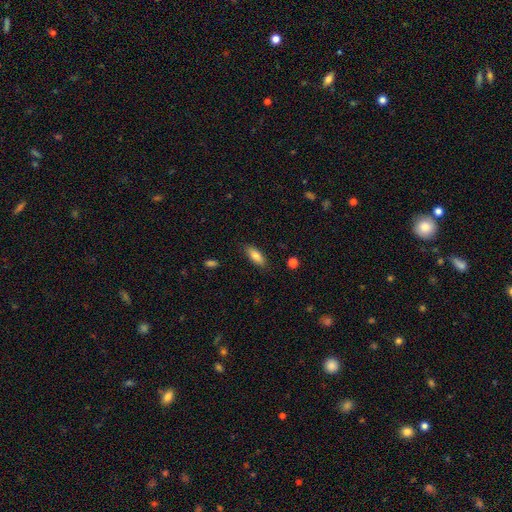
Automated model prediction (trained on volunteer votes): This is clearly a smooth galaxy (83%). How rounded: likely in between (73%). Merging: clearly none (85%).